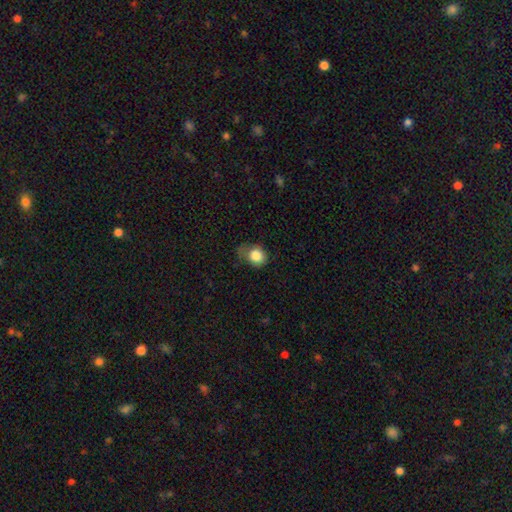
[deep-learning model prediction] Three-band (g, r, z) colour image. It shows a smooth galaxy with no disk features (83%) that is round (60%). Merging: none (41%).